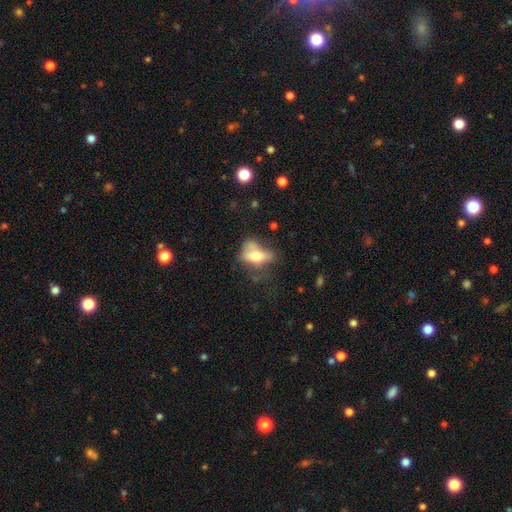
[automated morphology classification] This is possibly a smooth galaxy (57%). How rounded: likely in between (76%). Merging: marginally major disturbance (33%).